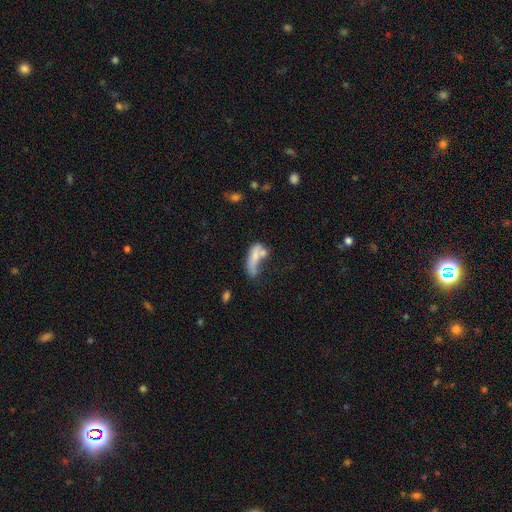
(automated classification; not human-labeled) Smooth or featured? smooth (60%)
How rounded? in between (57%)
Merging? merger (36%)